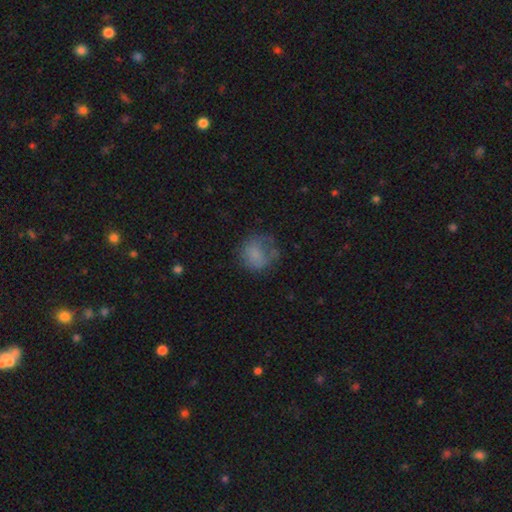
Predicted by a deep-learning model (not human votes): Overall: smooth (69%). How rounded: round (77%). Merging: none (47%; major disturbance 25%).